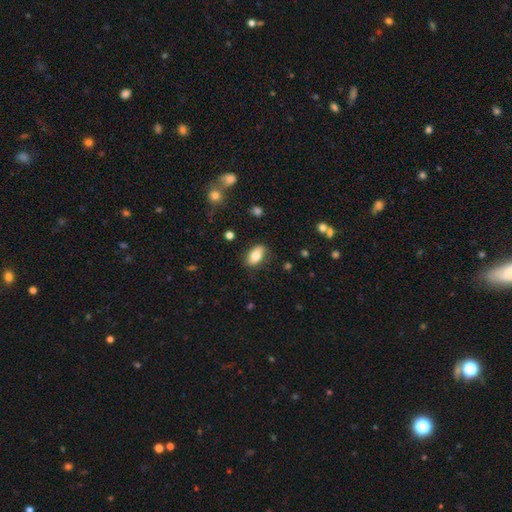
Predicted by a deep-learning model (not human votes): smooth-or-featured: smooth: 76% | featured or disk: 17% | star or artifact: 8%
  how-rounded: in between: 88% | round: 6% | cigar-shaped: 6%
  merging: none: 80% | minor disturbance: 15% | major disturbance: 3% | merger: 2%